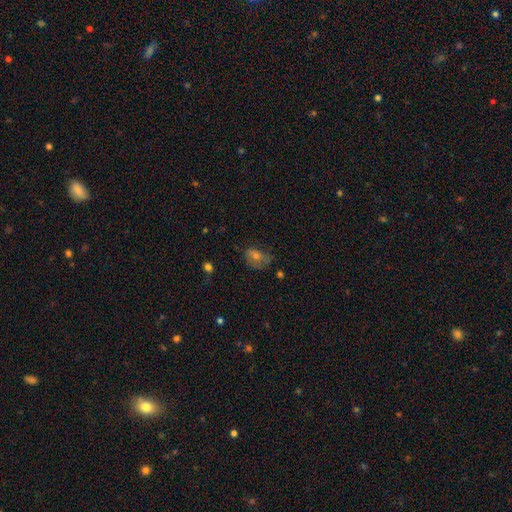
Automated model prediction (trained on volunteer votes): Smooth or featured: smooth — 52% (featured or disk — 28%)
How rounded: in between — 69% (round — 29%)
Merging: none — 47% (minor disturbance — 28%)